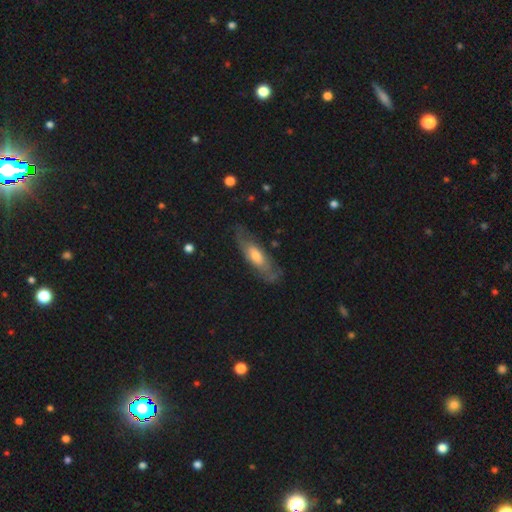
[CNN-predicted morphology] A featured or disk galaxy (58%).

Vote fractions:
- Smooth or featured? featured or disk: 58% / smooth: 34% / star or artifact: 8%
- Edge-on disk? no: 61% / yes: 39%
- Merging? none: 74% / minor disturbance: 18% / major disturbance: 6% / merger: 2%